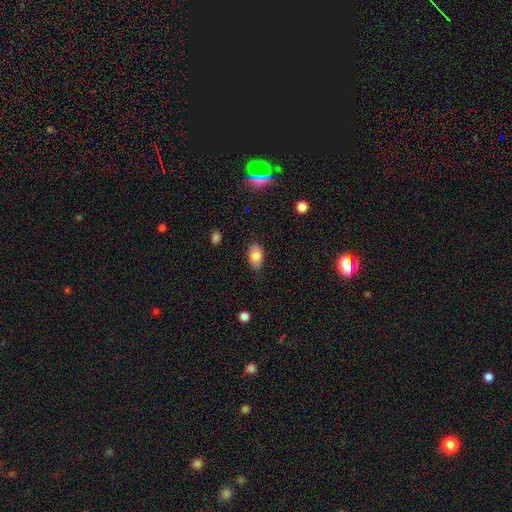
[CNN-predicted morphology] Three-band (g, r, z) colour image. It shows a smooth galaxy with no disk features (83%) that is in between round and cigar-shaped (91%). Merging: none (82%).